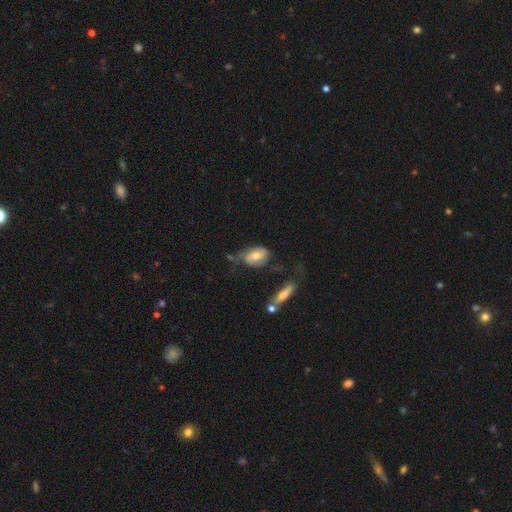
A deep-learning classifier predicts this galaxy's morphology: A smooth galaxy with no disk features (47%).

Vote fractions:
- Smooth or featured? smooth: 47% / featured or disk: 46% / star or artifact: 7%
- Merging? none: 38% / minor disturbance: 29% / major disturbance: 23% / merger: 10%